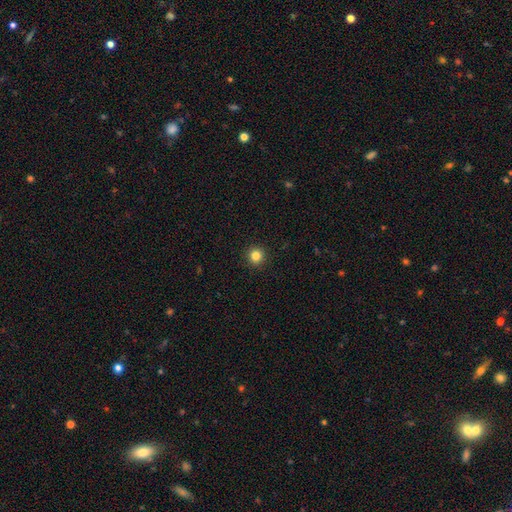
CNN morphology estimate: type=smooth (83%); roundness=round (95%); merging=none (93%).